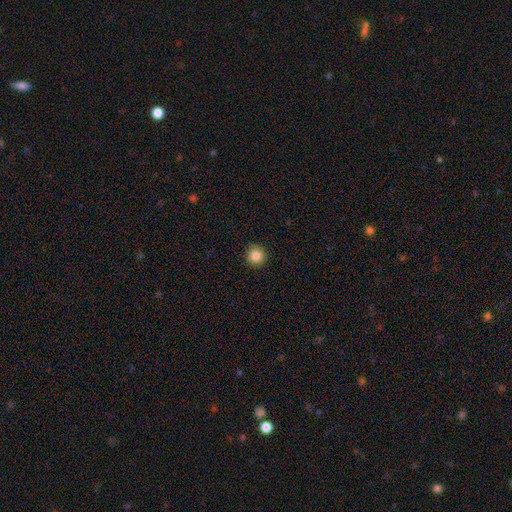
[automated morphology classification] A smooth galaxy with no disk features (85%) that is round (94%).

Vote fractions:
- Smooth or featured? smooth: 85% / star or artifact: 10% / featured or disk: 5%
- How rounded? round: 94% / in between: 5% / cigar-shaped: 1%
- Merging? none: 90% / minor disturbance: 7% / major disturbance: 2% / merger: 1%